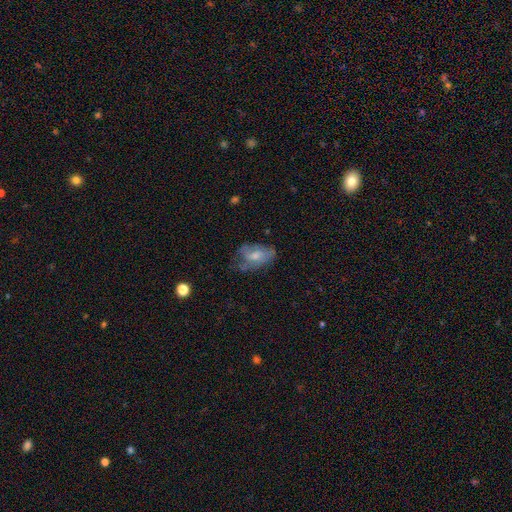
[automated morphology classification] Smooth or featured: smooth — 53% (featured or disk — 39%)
How rounded: in between — 89% (round — 8%)
Merging: none — 39% (minor disturbance — 33%)